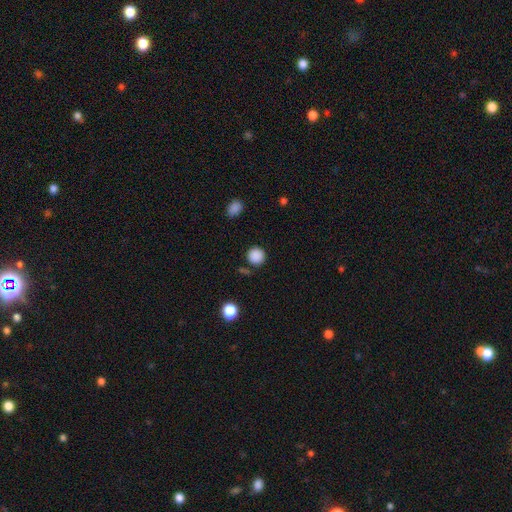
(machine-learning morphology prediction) Overall: smooth (87%). How rounded: round (94%). Merging: none (86%).